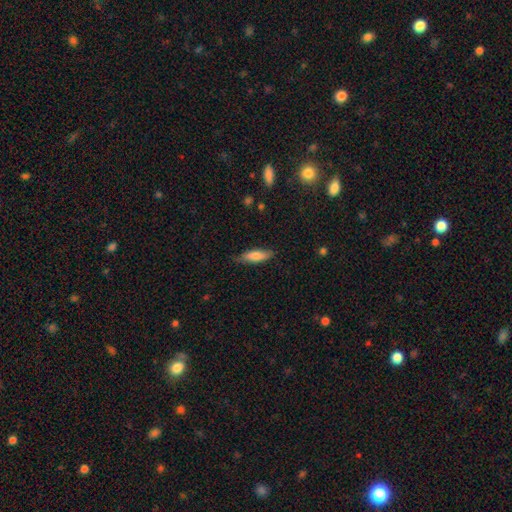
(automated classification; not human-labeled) Smooth or featured: smooth — 77% (featured or disk — 18%)
How rounded: cigar-shaped — 53% (in between — 46%)
Merging: none — 78% (minor disturbance — 18%)